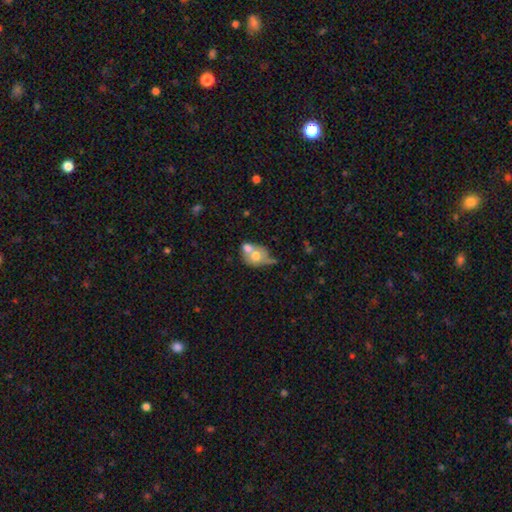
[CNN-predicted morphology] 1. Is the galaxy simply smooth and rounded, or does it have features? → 60% smooth, 32% featured or disk, 8% star or artifact.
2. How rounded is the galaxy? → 51% in between, 47% round, 2% cigar-shaped.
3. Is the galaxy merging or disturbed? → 63% merger, 18% none, 10% minor disturbance, 8% major disturbance.